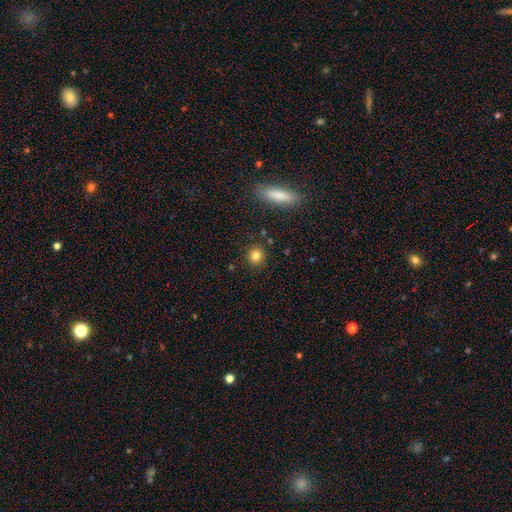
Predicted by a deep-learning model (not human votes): Smooth or featured? smooth (82%)
How rounded? round (89%)
Merging? none (88%)